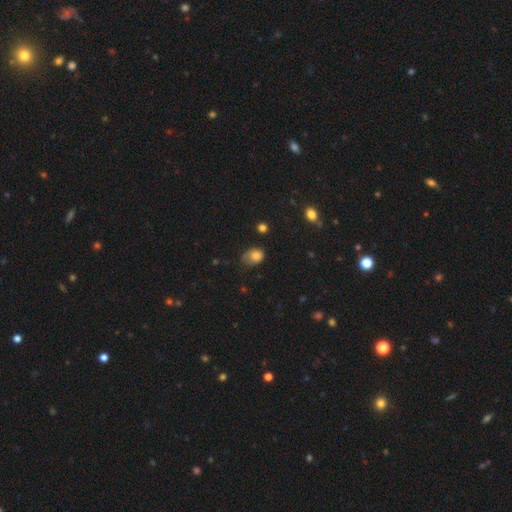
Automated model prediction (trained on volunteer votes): Smooth or featured? smooth (78%)
How rounded? in between (65%)
Merging? minor disturbance (42%)